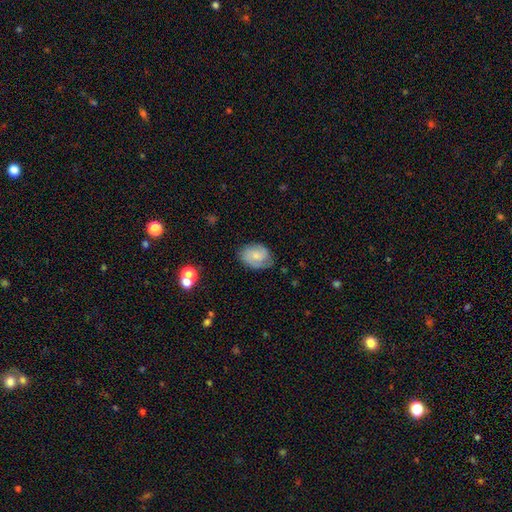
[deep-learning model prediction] Morphology: type=smooth (52%); roundness=in between (66%); merging=none (69%).